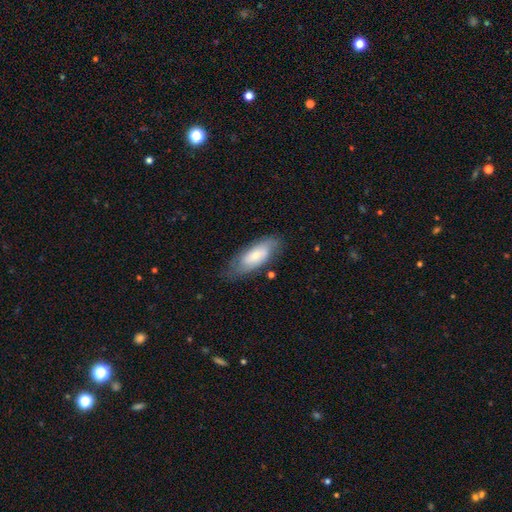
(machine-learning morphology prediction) smooth_or_featured: smooth (p=0.54) [alt: featured or disk p=0.40]
how_rounded: in between (p=0.75) [alt: cigar-shaped p=0.23]
merging: none (p=0.72) [alt: minor disturbance p=0.20]